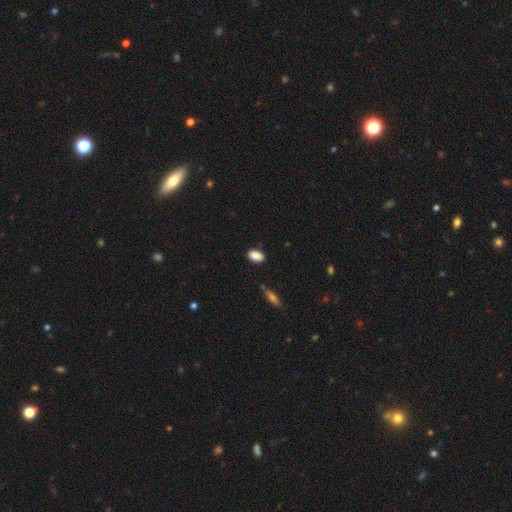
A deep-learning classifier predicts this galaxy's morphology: Smooth or featured?
  - smooth: 88% *
  - star or artifact: 8%
  - featured or disk: 4%
How rounded?
  - in between: 89% *
  - round: 9%
  - cigar-shaped: 3%
Merging?
  - none: 83% *
  - minor disturbance: 12%
  - major disturbance: 2%
  - merger: 2%